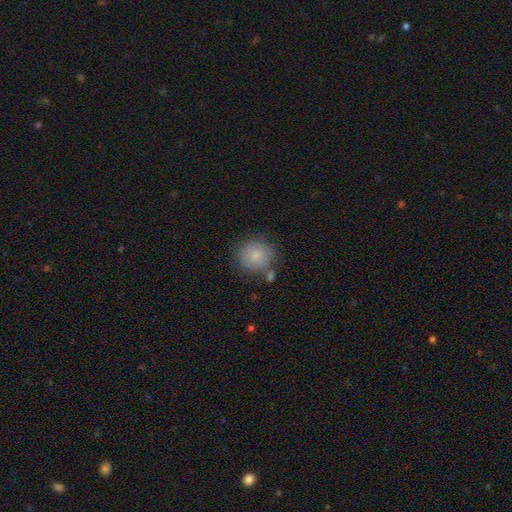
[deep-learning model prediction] Morphology: type=smooth (81%); roundness=round (86%); merging=none (73%).